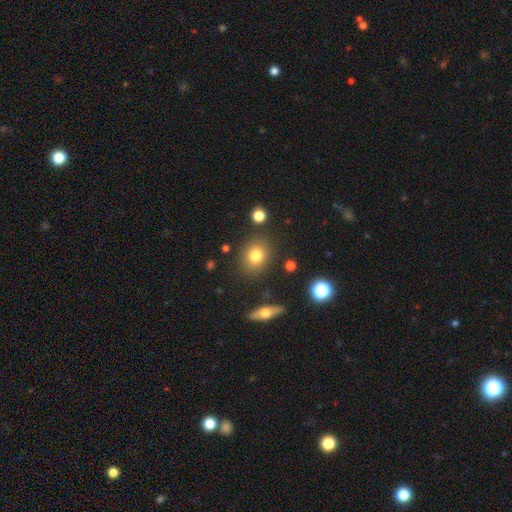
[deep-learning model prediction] Smooth or featured?
  - smooth: 79% *
  - star or artifact: 11%
  - featured or disk: 10%
How rounded?
  - round: 61% *
  - in between: 38%
  - cigar-shaped: 2%
Merging?
  - none: 84% *
  - minor disturbance: 9%
  - merger: 4%
  - major disturbance: 3%